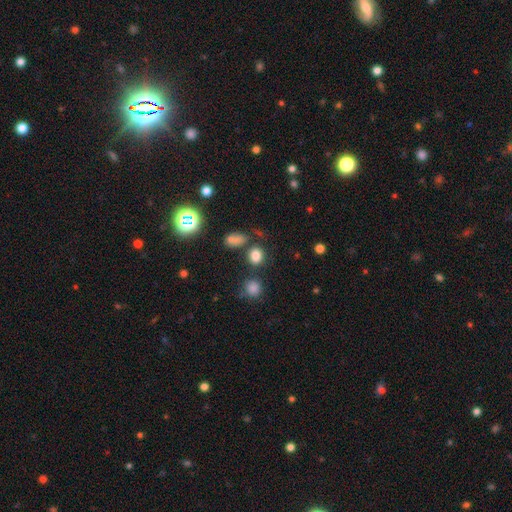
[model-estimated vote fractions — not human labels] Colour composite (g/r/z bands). It shows a smooth galaxy with no disk features (77%) that is round (55%). Merging: none (74%).